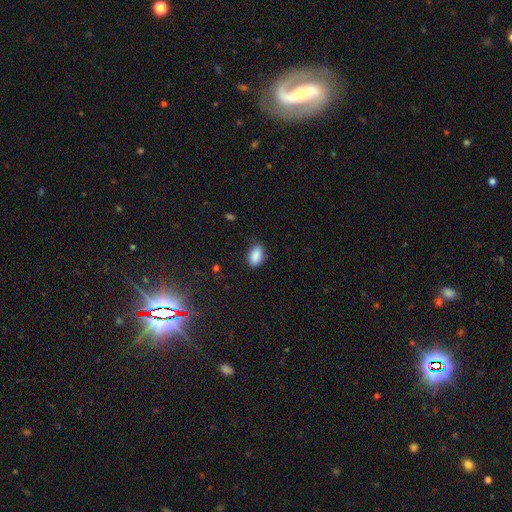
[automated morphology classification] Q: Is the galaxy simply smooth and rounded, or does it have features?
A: smooth — 88%.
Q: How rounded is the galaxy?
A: in between — 89%.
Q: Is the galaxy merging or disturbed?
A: none — 77%.